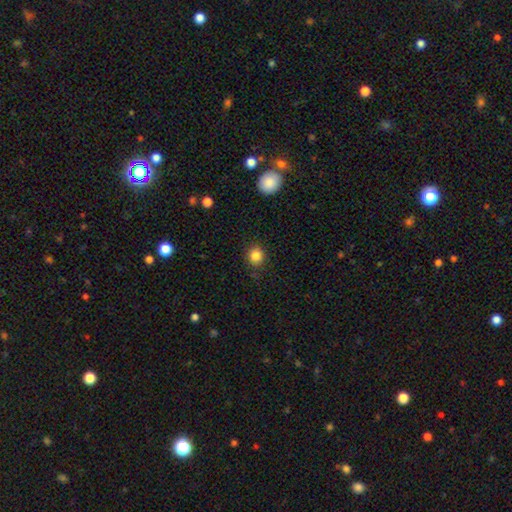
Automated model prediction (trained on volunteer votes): This appears to be a smooth galaxy with no disk features (85%) that is round (84%). Merging: none (87%).